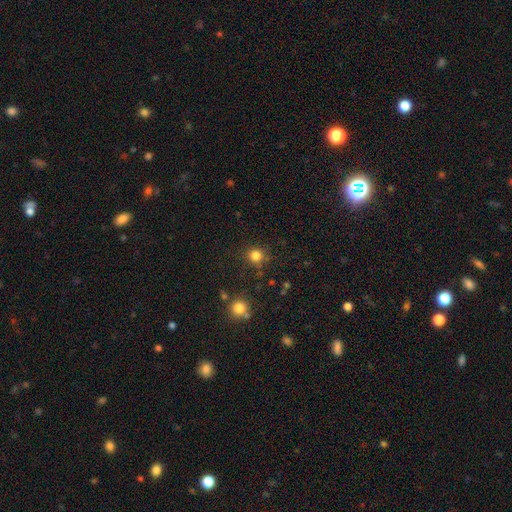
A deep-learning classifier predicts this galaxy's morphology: Overall: smooth (82%). How rounded: round (90%). Merging: none (82%).